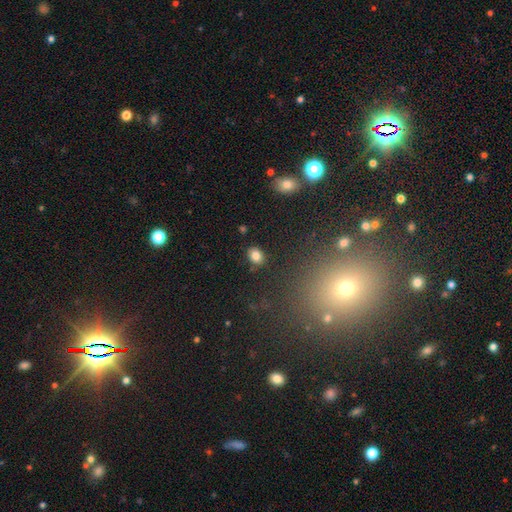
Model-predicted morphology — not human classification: A smooth galaxy with no disk features (83%) that is in between round and cigar-shaped (59%). Merging: none (85%).